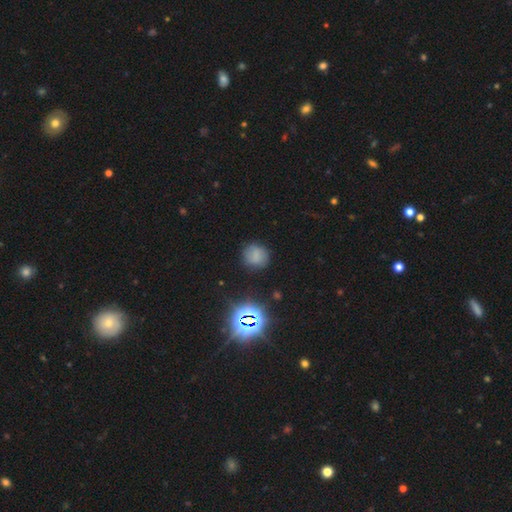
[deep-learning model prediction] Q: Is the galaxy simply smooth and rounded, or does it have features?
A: smooth — 70%.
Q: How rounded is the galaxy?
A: round — 85%.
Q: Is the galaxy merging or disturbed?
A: none — 82%.